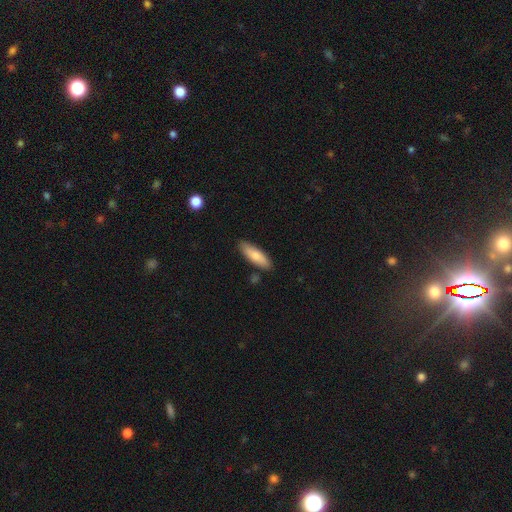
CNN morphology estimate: A smooth galaxy with no disk features (75%) that is cigar-shaped (50%).

Vote fractions:
- Smooth or featured? smooth: 75% / featured or disk: 19% / star or artifact: 6%
- How rounded? cigar-shaped: 50% / in between: 48% / round: 2%
- Merging? none: 85% / minor disturbance: 11% / merger: 3% / major disturbance: 2%